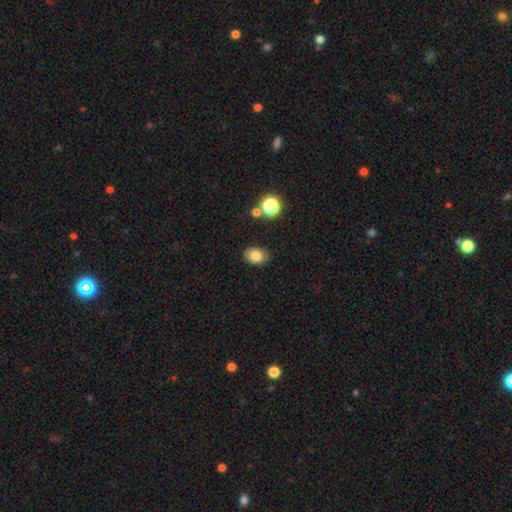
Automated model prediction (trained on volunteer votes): This appears to be a smooth galaxy with no disk features (79%) that is in between round and cigar-shaped (71%). Merging: none (86%).